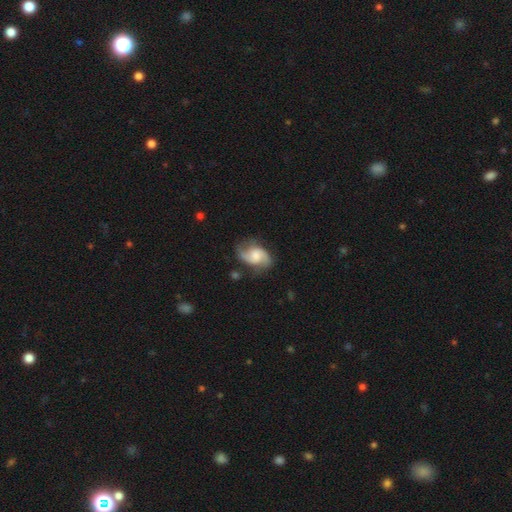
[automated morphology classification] type=featured or disk (74%); edge-on=no (97%); bar=no (53%); spiral arms=yes (94%); winding=loose (44%); arm count=2 (85%); bulge=moderate (36%); merging=none (66%).